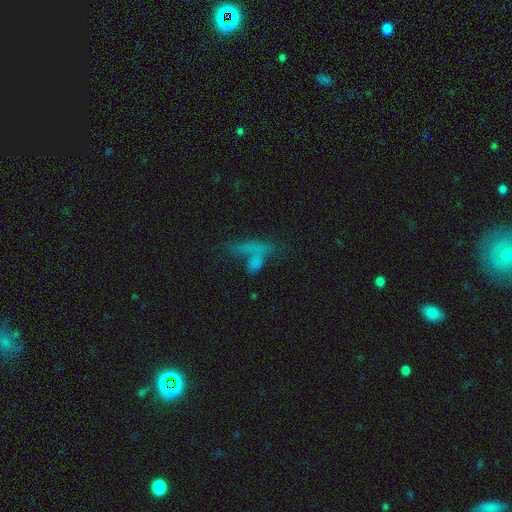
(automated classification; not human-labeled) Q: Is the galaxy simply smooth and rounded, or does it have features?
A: smooth — 58%.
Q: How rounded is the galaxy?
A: in between — 56%.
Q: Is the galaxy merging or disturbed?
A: merger — 38%.